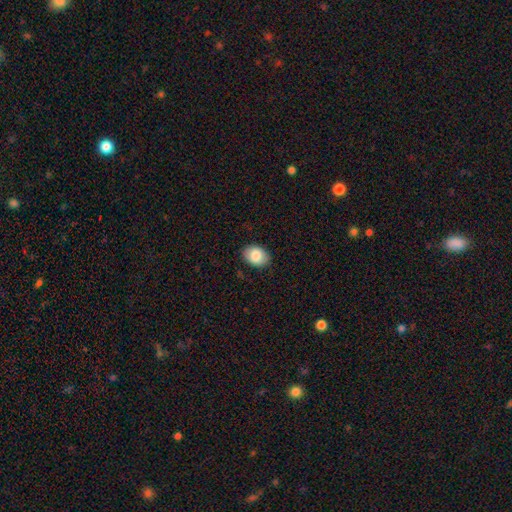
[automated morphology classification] smooth_or_featured: smooth (p=0.85) [alt: featured or disk p=0.08]
how_rounded: in between (p=0.77) [alt: round p=0.22]
merging: none (p=0.87) [alt: minor disturbance p=0.10]